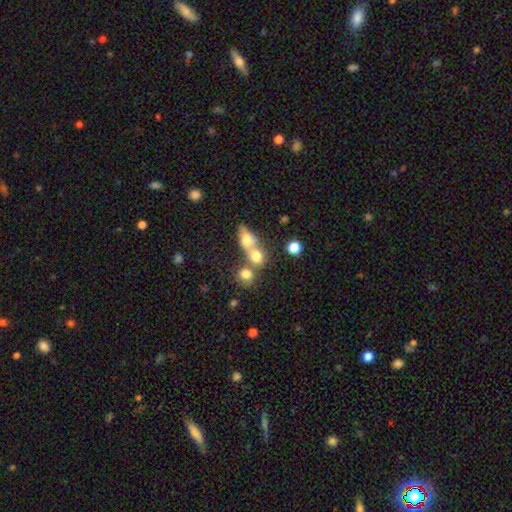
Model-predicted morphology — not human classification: Overall: smooth (73%). How rounded: round (56%; in between 40%). Merging: merger (57%; none 30%).